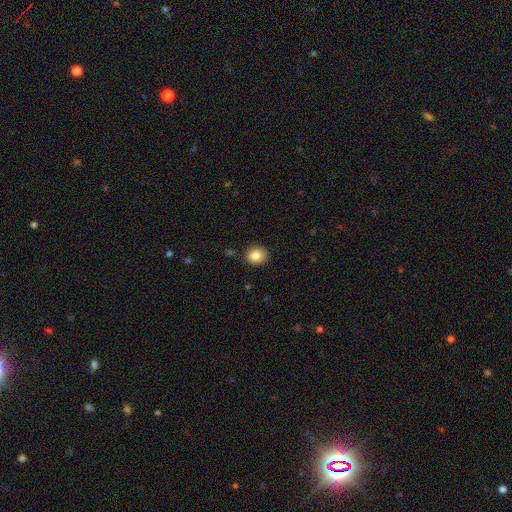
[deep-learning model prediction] A smooth galaxy with no disk features (85%) that is round (76%). Merging: none (89%).